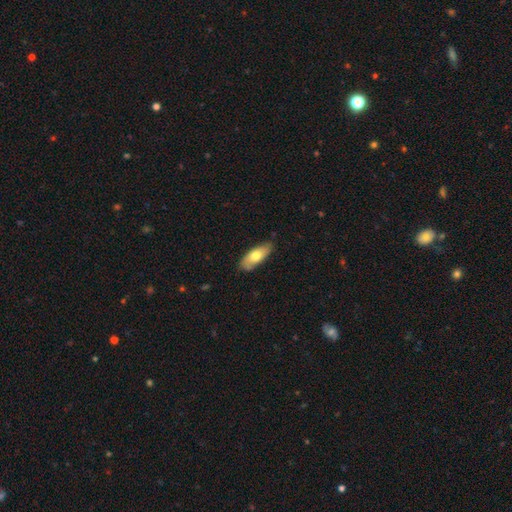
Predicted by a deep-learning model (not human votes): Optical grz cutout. It shows a smooth galaxy with no disk features (66%) that is in between round and cigar-shaped (79%). Merging: none (81%).